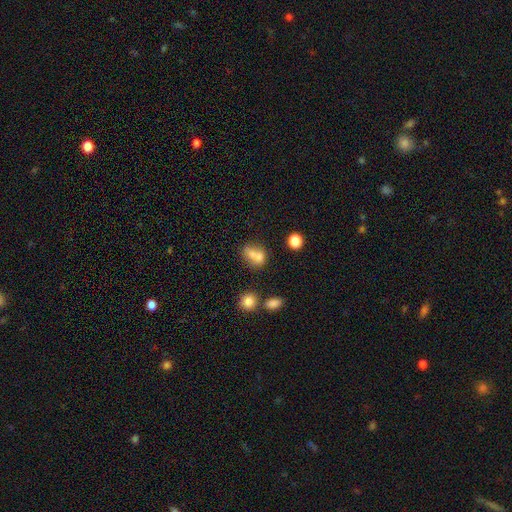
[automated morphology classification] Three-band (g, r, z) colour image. It shows a smooth galaxy with no disk features (67%) that is in between round and cigar-shaped (55%). Merging: merger (46%).